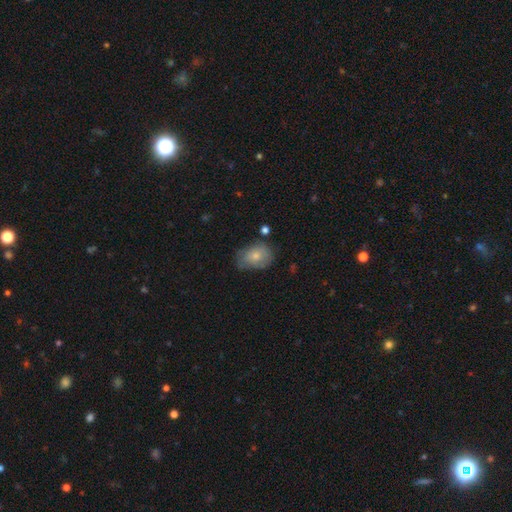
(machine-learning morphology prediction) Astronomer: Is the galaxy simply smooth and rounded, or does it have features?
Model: smooth — 72%.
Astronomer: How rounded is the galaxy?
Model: in between — 73%.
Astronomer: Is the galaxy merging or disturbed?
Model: none — 52% (runner-up: minor disturbance, 34%).